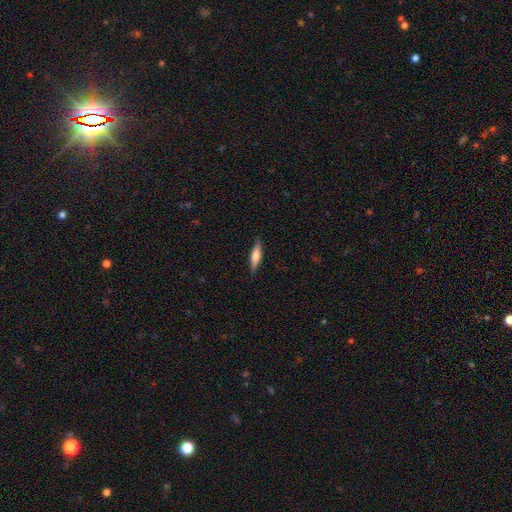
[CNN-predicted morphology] Smooth or featured: smooth — 58% (featured or disk — 36%)
How rounded: cigar-shaped — 75% (in between — 23%)
Merging: none — 88% (minor disturbance — 9%)